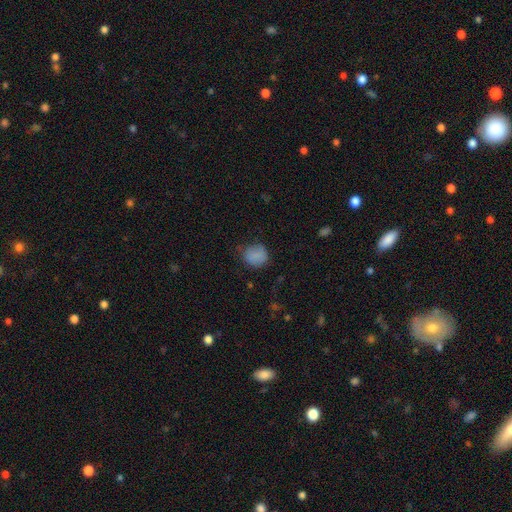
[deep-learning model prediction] Smooth or featured: smooth — 84% (star or artifact — 10%)
How rounded: round — 76% (in between — 23%)
Merging: none — 65% (minor disturbance — 26%)